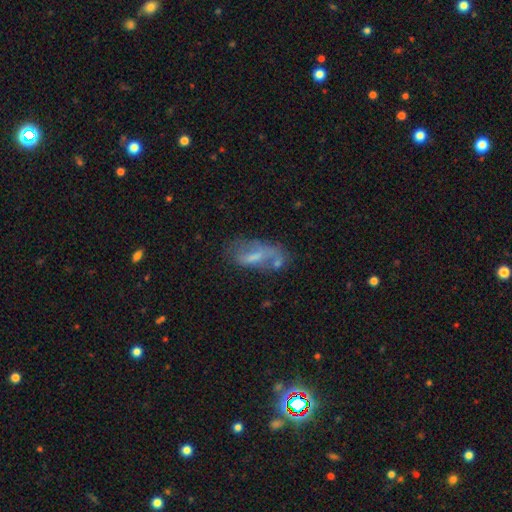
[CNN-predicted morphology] Smooth or featured: smooth — 47% (featured or disk — 44%)
Merging: none — 36% (minor disturbance — 25%)